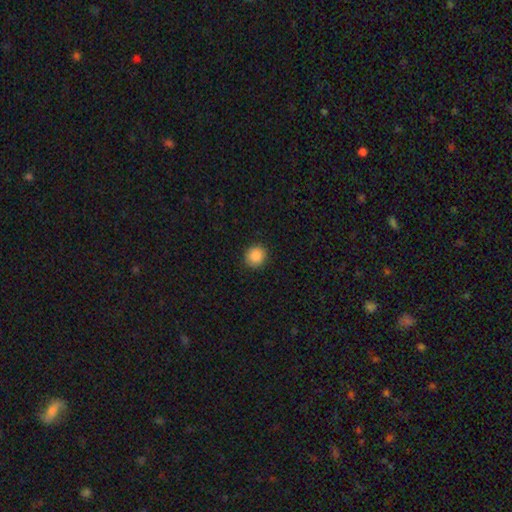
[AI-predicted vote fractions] smooth_or_featured: smooth (p=0.88) [alt: star or artifact p=0.09]
how_rounded: round (p=0.89) [alt: in between p=0.10]
merging: none (p=0.91) [alt: minor disturbance p=0.06]